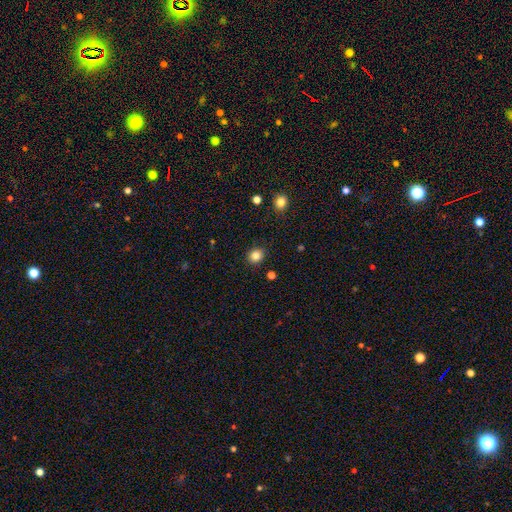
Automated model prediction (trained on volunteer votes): smooth-or-featured: smooth: 83% | star or artifact: 11% | featured or disk: 6%
  how-rounded: round: 76% | in between: 23% | cigar-shaped: 1%
  merging: none: 88% | minor disturbance: 8% | major disturbance: 2% | merger: 1%